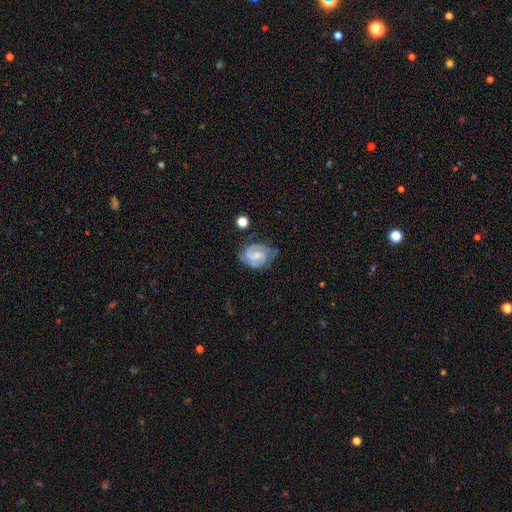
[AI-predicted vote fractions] Smooth or featured? Predicted: featured or disk (p=0.77). Edge-on disk? Predicted: no (p=0.98). Bar? Predicted: weak (p=0.47). Spiral arms? Predicted: yes (p=0.93). Spiral winding? Predicted: tight (p=0.47). Spiral arm count? Predicted: 2 (p=0.67). Bulge size? Predicted: small (p=0.48). Merging? Predicted: none (p=0.60).